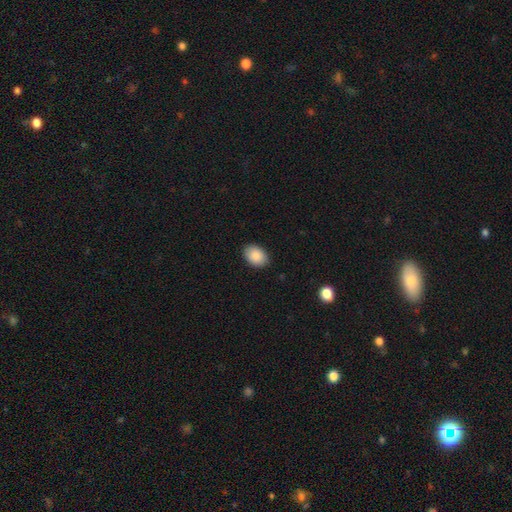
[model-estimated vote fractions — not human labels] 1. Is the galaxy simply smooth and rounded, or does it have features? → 88% smooth, 7% star or artifact, 5% featured or disk.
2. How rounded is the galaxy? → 77% in between, 22% round, 1% cigar-shaped.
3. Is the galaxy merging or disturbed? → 88% none, 9% minor disturbance, 2% major disturbance, 1% merger.